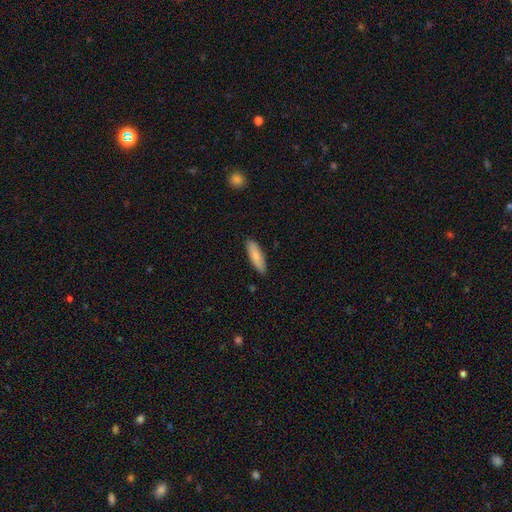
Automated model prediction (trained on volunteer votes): This appears to be a smooth galaxy with no disk features (81%) that is cigar-shaped (55%). Merging: none (86%).